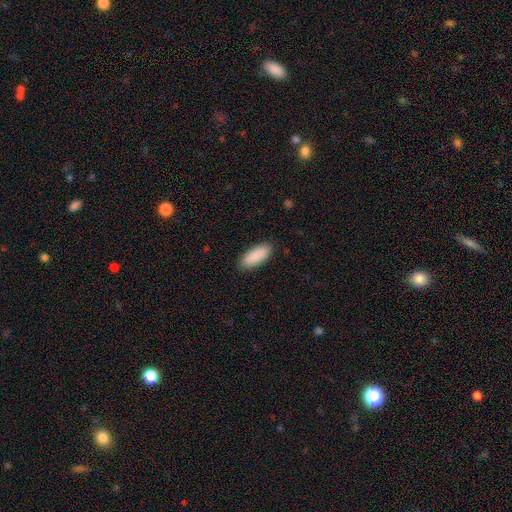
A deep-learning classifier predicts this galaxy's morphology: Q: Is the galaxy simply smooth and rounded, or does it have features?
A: smooth — 90%.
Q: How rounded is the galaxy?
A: in between — 85%.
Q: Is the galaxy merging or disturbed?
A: none — 89%.